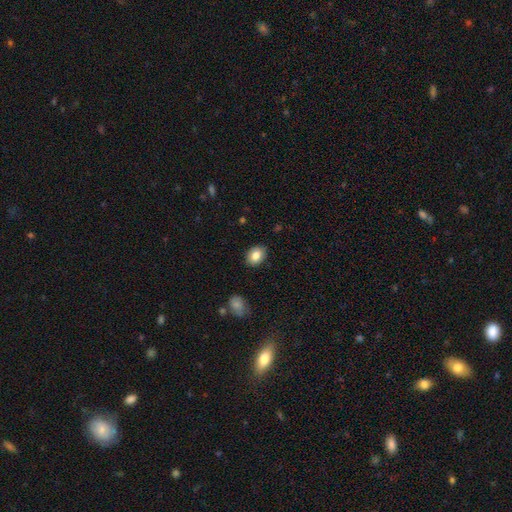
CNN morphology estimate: A smooth galaxy with no disk features (84%) that is in between round and cigar-shaped (68%).

Vote fractions:
- Smooth or featured? smooth: 84% / featured or disk: 8% / star or artifact: 8%
- How rounded? in between: 68% / round: 31% / cigar-shaped: 1%
- Merging? none: 87% / minor disturbance: 10% / major disturbance: 2% / merger: 1%